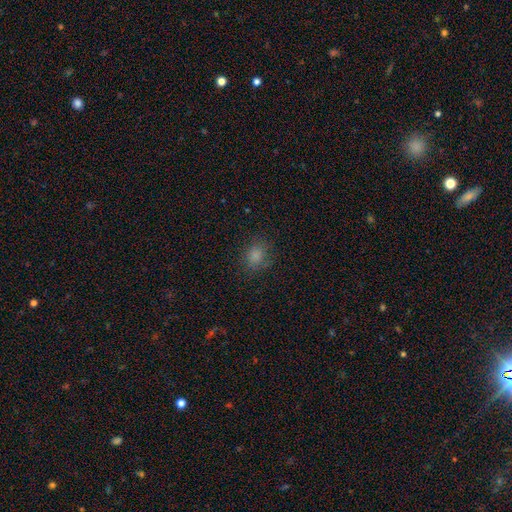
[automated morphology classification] Q: Smooth or featured?
A: smooth (81%); runner-up: star or artifact (13%)
Q: How rounded?
A: round (63%); runner-up: in between (36%)
Q: Merging?
A: none (79%); runner-up: minor disturbance (14%)